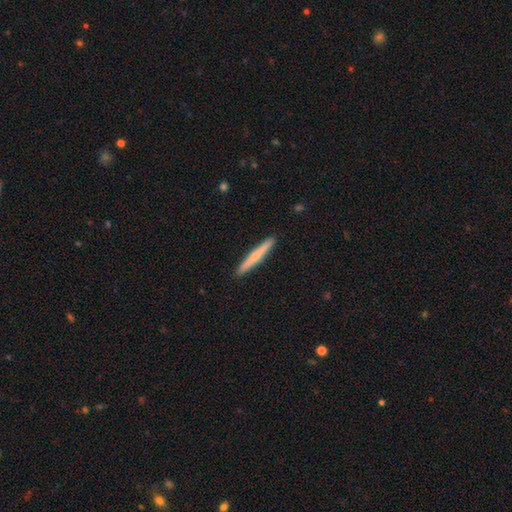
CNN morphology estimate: A smooth galaxy with no disk features (53%) that is cigar-shaped (96%). Merging: none (92%).